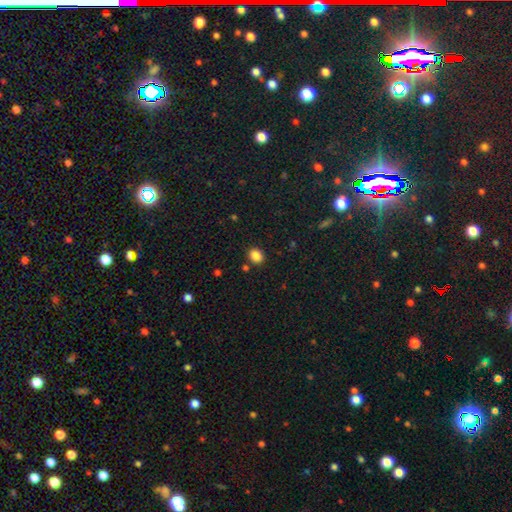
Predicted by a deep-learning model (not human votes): smooth-or-featured: smooth: 86% | star or artifact: 11% | featured or disk: 4%
  how-rounded: round: 54% | in between: 45% | cigar-shaped: 1%
  merging: none: 86% | minor disturbance: 8% | merger: 3% | major disturbance: 2%